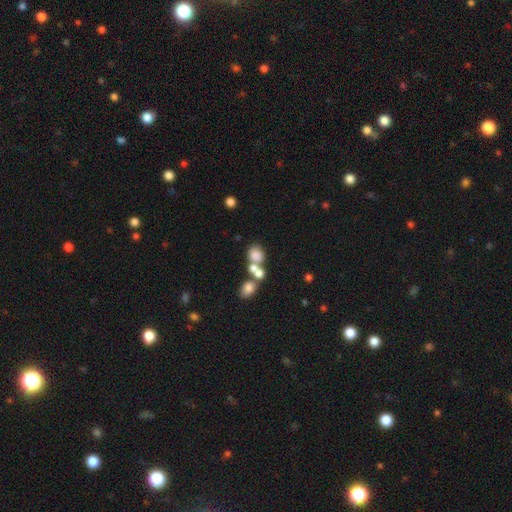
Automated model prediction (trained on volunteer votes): Smooth or featured? Predicted: smooth (p=0.70). How rounded? Predicted: round (p=0.54). Merging? Predicted: merger (p=0.56).